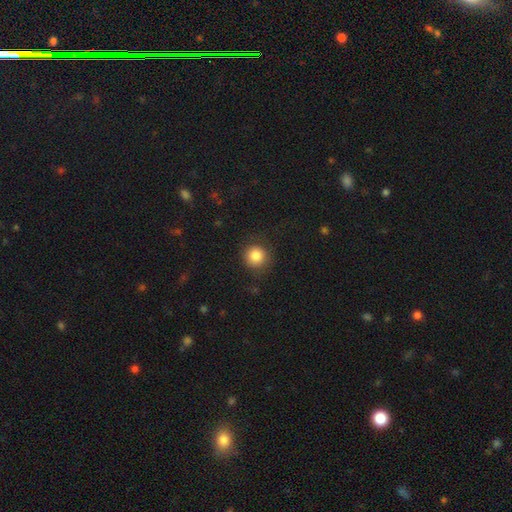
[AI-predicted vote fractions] smooth 84%, star or artifact 10%, featured or disk 6%. Down the decision tree: how rounded — round (93%); merging — none (85%).